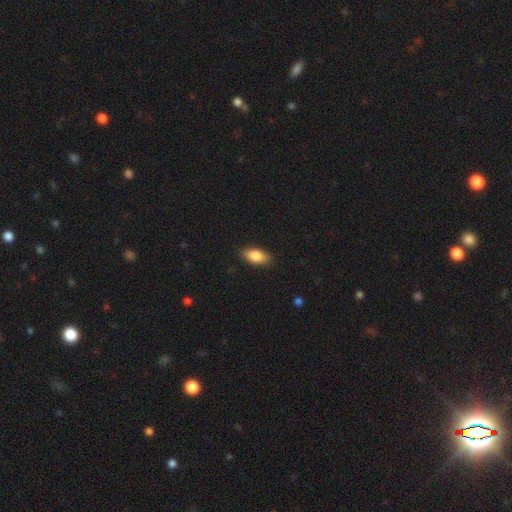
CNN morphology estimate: type=smooth (85%); roundness=in between (89%); merging=none (87%).